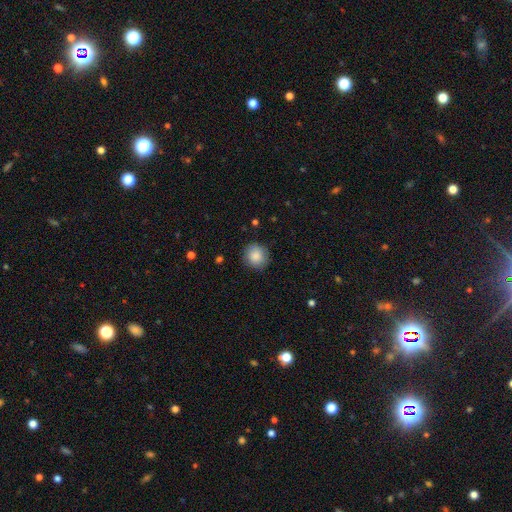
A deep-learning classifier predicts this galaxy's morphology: Q: Smooth or featured?
A: smooth (87%); runner-up: star or artifact (8%)
Q: How rounded?
A: round (88%); runner-up: in between (11%)
Q: Merging?
A: none (87%); runner-up: minor disturbance (10%)